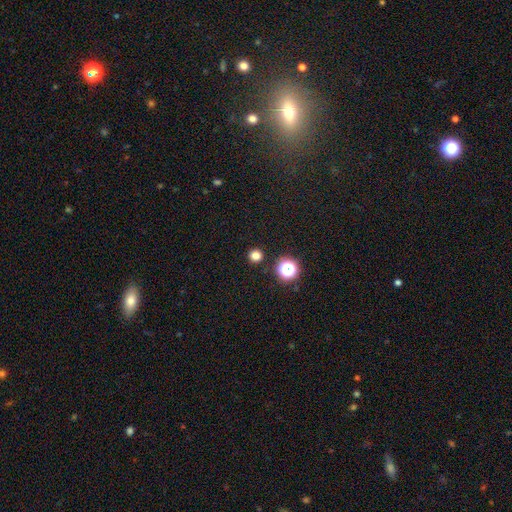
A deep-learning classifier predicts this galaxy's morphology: Smooth or featured: smooth — 78% (star or artifact — 18%)
How rounded: round — 94% (in between — 5%)
Merging: none — 91% (minor disturbance — 5%)